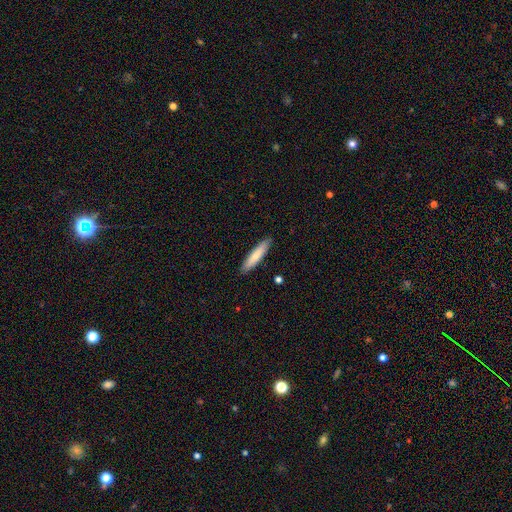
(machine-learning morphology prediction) smooth_or_featured: smooth (p=0.78) [alt: featured or disk p=0.17]
how_rounded: cigar-shaped (p=0.88) [alt: in between p=0.11]
merging: none (p=0.90) [alt: minor disturbance p=0.07]